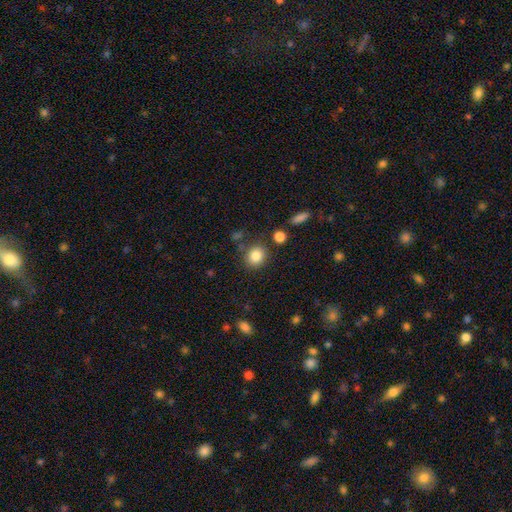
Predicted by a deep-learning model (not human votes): Q: Smooth or featured?
A: smooth (84%); runner-up: star or artifact (10%)
Q: How rounded?
A: round (76%); runner-up: in between (23%)
Q: Merging?
A: none (81%); runner-up: minor disturbance (10%)